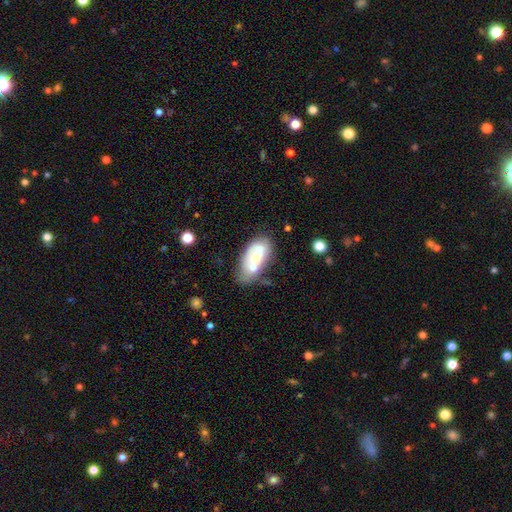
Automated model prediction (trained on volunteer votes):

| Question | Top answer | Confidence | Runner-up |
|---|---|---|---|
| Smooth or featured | smooth | 55% | featured or disk (37%) |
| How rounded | in between | 90% | cigar-shaped (5%) |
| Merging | merger | 38% | none (33%) |